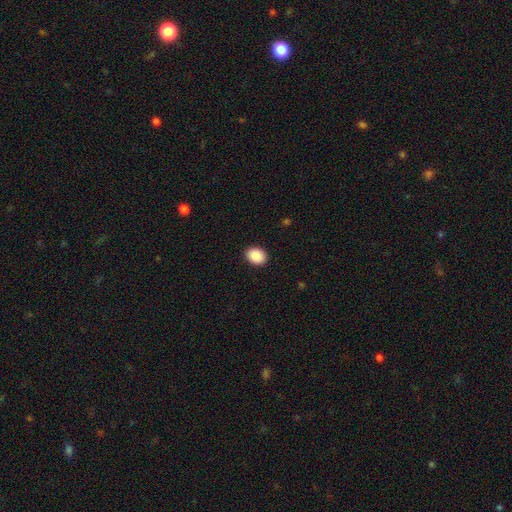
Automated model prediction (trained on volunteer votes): smooth-or-featured: smooth: 89% | star or artifact: 7% | featured or disk: 3%
  how-rounded: in between: 63% | round: 36% | cigar-shaped: 1%
  merging: none: 91% | minor disturbance: 7% | major disturbance: 2% | merger: 1%